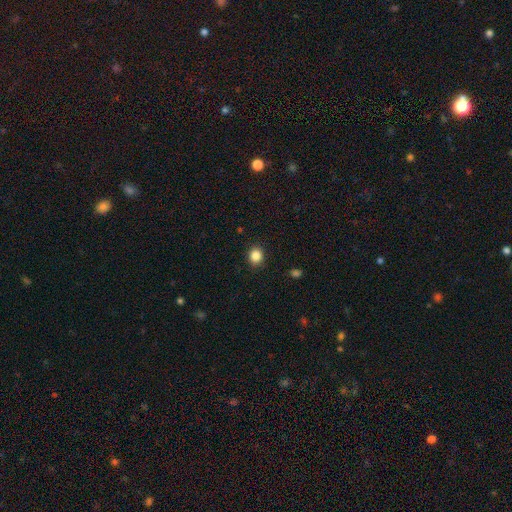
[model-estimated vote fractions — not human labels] Smooth or featured: smooth — 86% (star or artifact — 10%)
How rounded: round — 78% (in between — 21%)
Merging: none — 90% (minor disturbance — 7%)